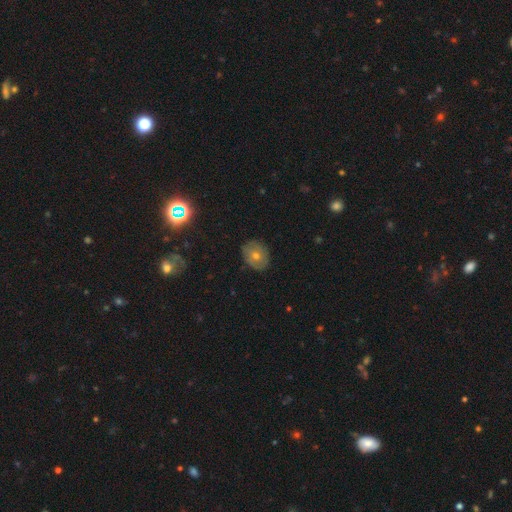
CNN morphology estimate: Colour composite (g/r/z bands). It shows a smooth galaxy with no disk features (44%). Merging: none (83%).